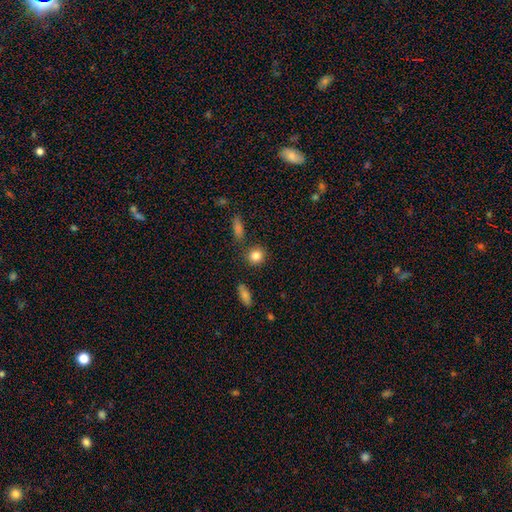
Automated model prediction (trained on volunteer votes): Smooth or featured? smooth (83%)
How rounded? round (84%)
Merging? none (84%)